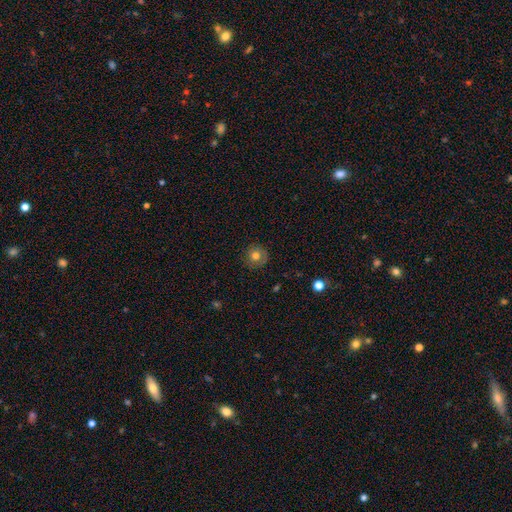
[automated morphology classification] Smooth or featured? smooth (73%)
How rounded? round (93%)
Merging? none (86%)